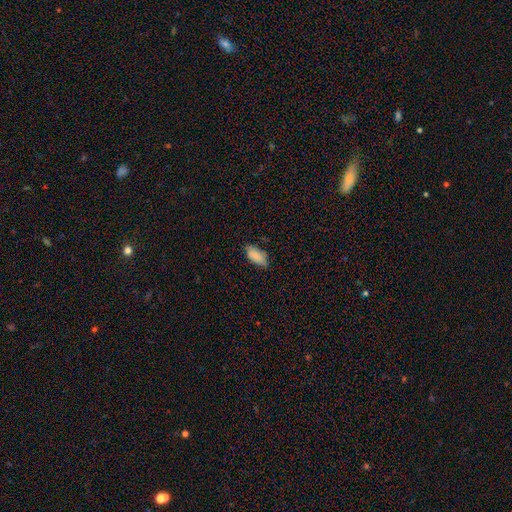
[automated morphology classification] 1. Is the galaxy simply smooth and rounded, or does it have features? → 86% smooth, 7% star or artifact, 6% featured or disk.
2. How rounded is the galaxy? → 89% in between, 9% cigar-shaped, 2% round.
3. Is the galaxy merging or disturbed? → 73% none, 22% minor disturbance, 4% major disturbance, 1% merger.